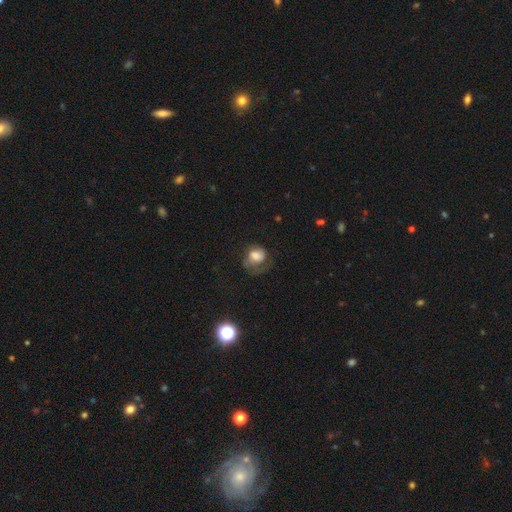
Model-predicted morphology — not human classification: Smooth or featured? smooth (52%)
How rounded? round (55%)
Merging? major disturbance (39%)